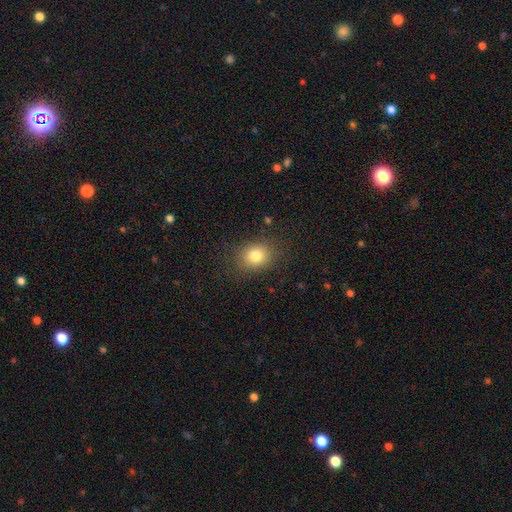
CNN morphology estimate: smooth 80%, star or artifact 12%, featured or disk 8%. Down the decision tree: how rounded — round (57%); merging — none (84%).